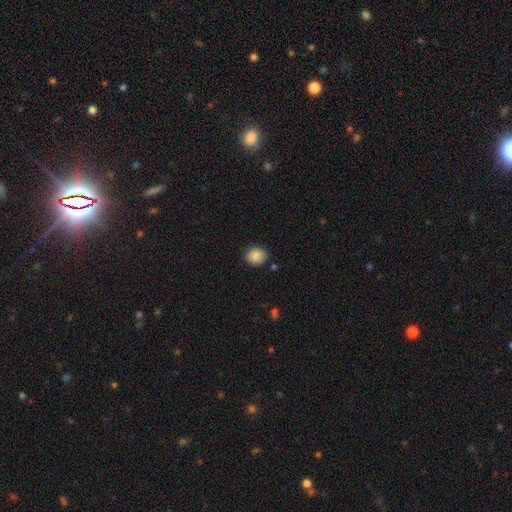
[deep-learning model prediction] The model was most divided on "how rounded": round: 65%, in between: 34%, cigar-shaped: 1%. More confident: smooth or featured — smooth (88%); merging — none (85%).